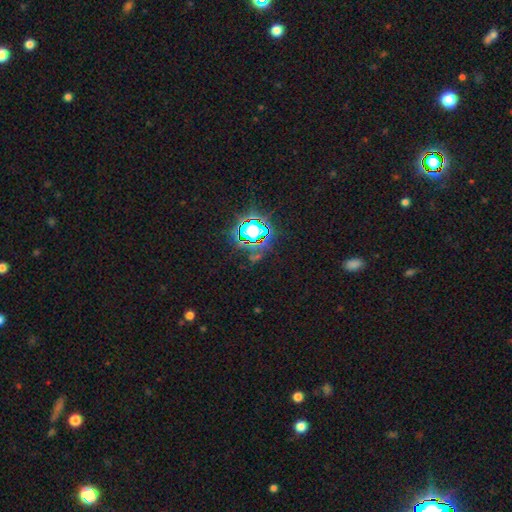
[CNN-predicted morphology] This appears to be a star or artifact, not a galaxy (79%).